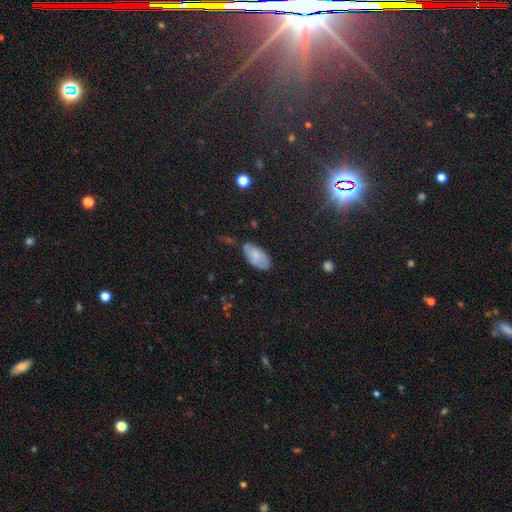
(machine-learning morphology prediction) smooth_or_featured: smooth (p=0.75) [alt: featured or disk p=0.17]
how_rounded: in between (p=0.94) [alt: cigar-shaped p=0.04]
merging: none (p=0.68) [alt: minor disturbance p=0.24]